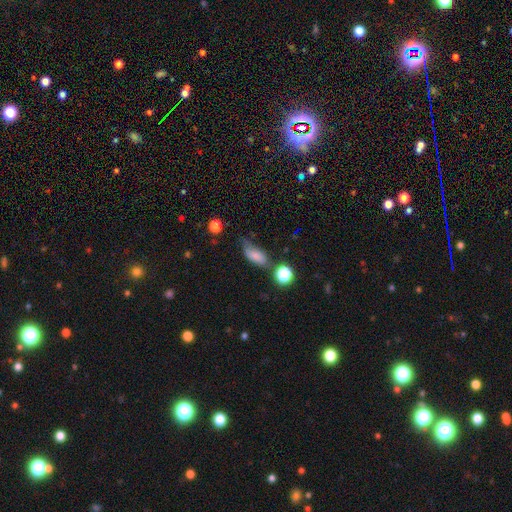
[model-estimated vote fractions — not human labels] Morphology: type=smooth (73%); roundness=in between (80%); merging=none (44%).